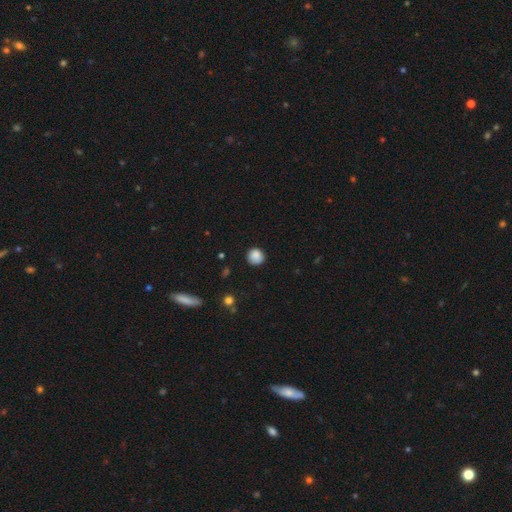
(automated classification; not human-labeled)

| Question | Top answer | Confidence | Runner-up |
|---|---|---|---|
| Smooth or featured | smooth | 87% | star or artifact (10%) |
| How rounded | round | 92% | in between (7%) |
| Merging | none | 86% | minor disturbance (10%) |